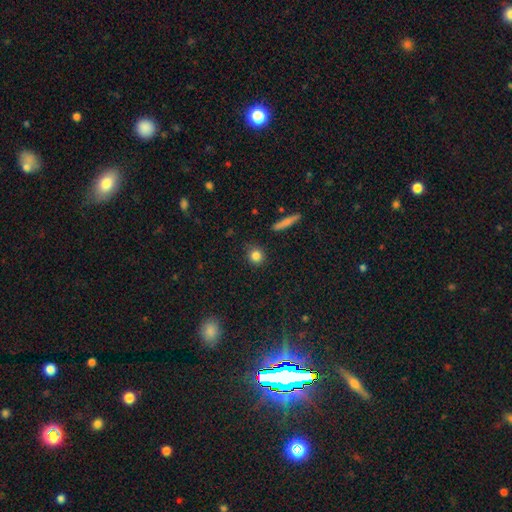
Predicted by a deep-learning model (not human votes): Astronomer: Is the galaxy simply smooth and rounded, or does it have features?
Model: smooth — 83%.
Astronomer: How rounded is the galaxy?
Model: round — 88%.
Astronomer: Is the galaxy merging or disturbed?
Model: none — 87%.